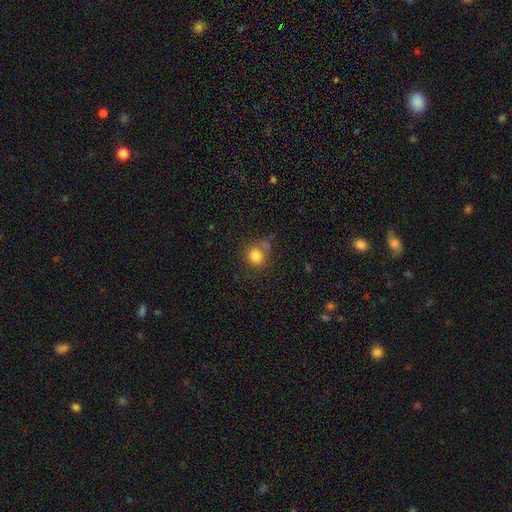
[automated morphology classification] smooth_or_featured: smooth (p=0.82) [alt: star or artifact p=0.11]
how_rounded: round (p=0.87) [alt: in between p=0.12]
merging: none (p=0.66) [alt: minor disturbance p=0.16]